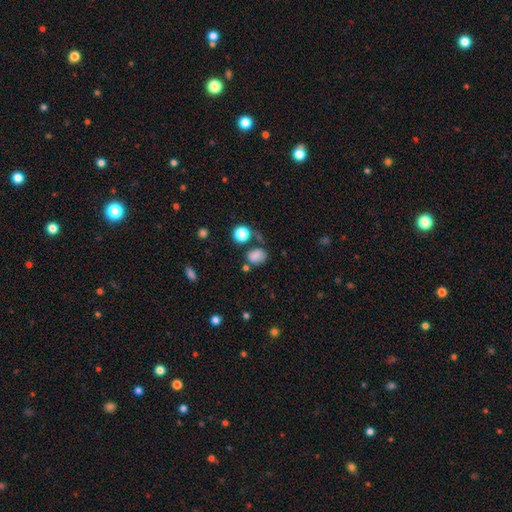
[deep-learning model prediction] Smooth or featured? Predicted: smooth (p=0.79). How rounded? Predicted: in between (p=0.59). Merging? Predicted: none (p=0.55).